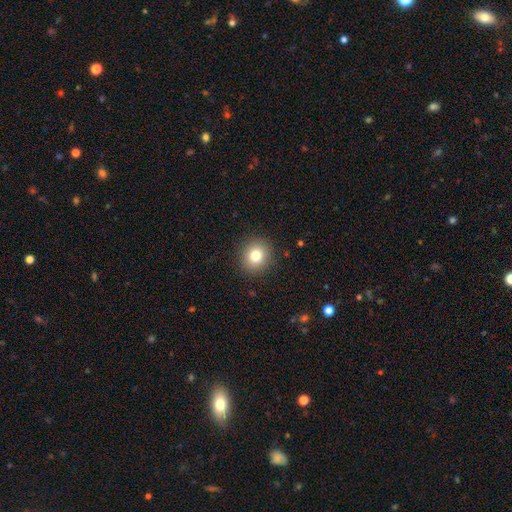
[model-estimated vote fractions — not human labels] A smooth galaxy with no disk features (80%) that is round (82%). Merging: none (90%).